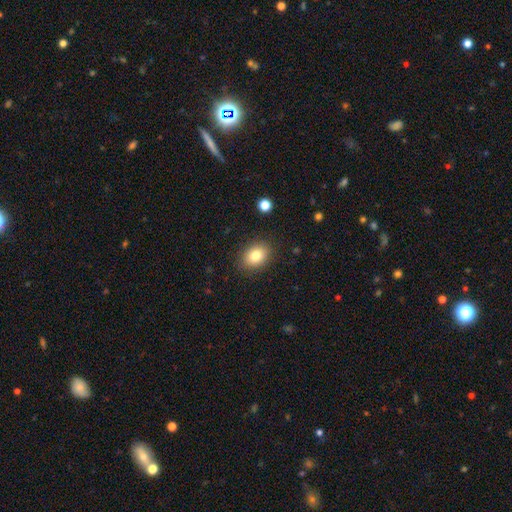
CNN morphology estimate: Smooth or featured? smooth (81%)
How rounded? in between (68%)
Merging? none (87%)